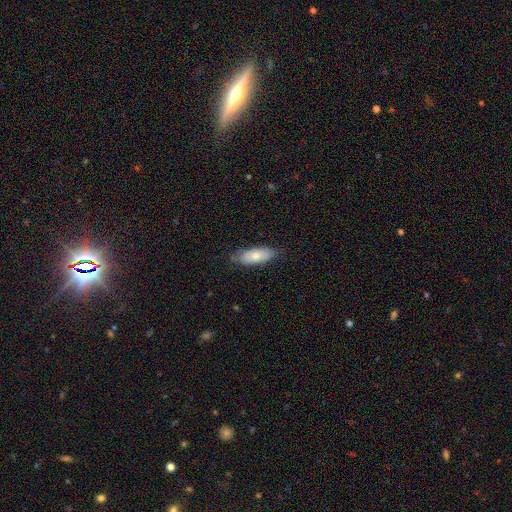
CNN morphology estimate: Smooth or featured? Predicted: smooth (p=0.75). How rounded? Predicted: in between (p=0.80). Merging? Predicted: none (p=0.79).